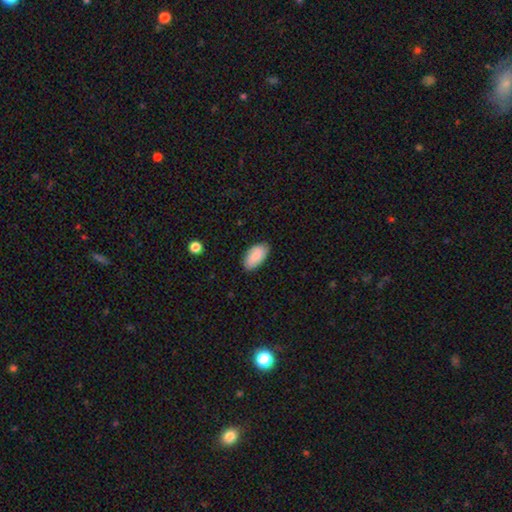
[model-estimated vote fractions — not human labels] This appears to be a smooth galaxy with no disk features (87%) that is in between round and cigar-shaped (95%). Merging: none (85%).